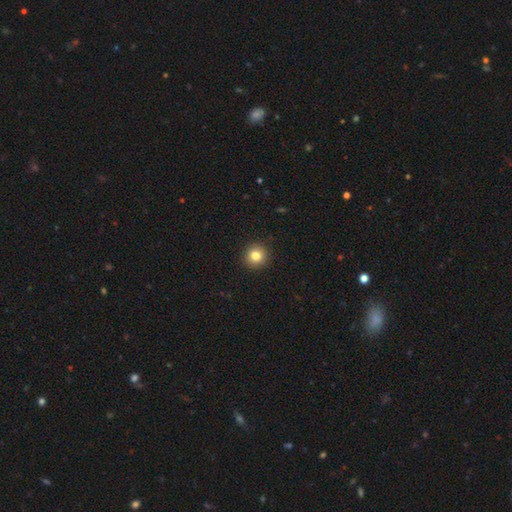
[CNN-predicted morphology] This appears to be a smooth galaxy with no disk features (82%) that is round (94%). Merging: none (92%).